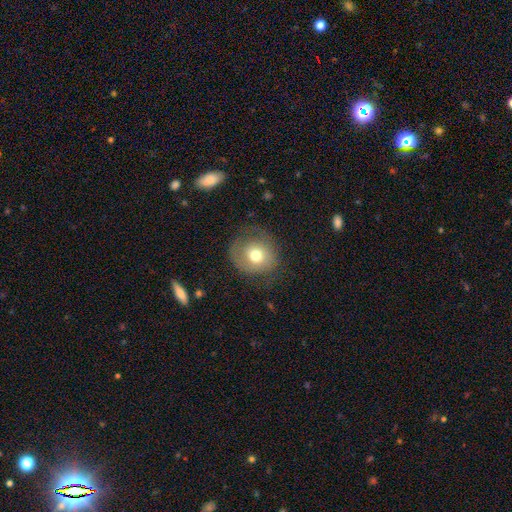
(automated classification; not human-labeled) This appears to be a smooth galaxy with no disk features (63%) that is round (81%). Merging: none (60%).